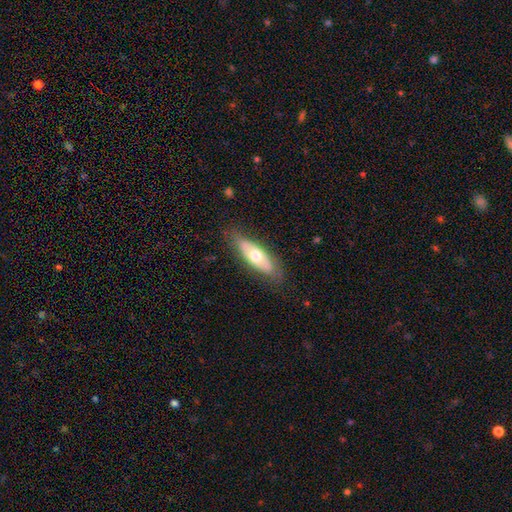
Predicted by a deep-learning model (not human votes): smooth_or_featured: smooth (p=0.53) [alt: featured or disk p=0.42]
how_rounded: in between (p=0.65) [alt: cigar-shaped p=0.33]
merging: none (p=0.80) [alt: minor disturbance p=0.15]